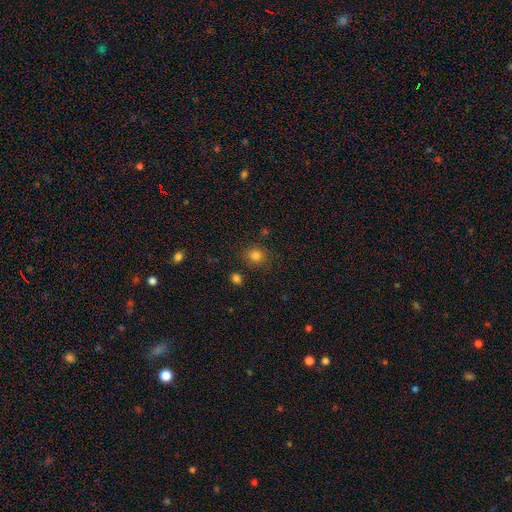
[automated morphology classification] A smooth galaxy with no disk features (81%) that is round (84%).

Vote fractions:
- Smooth or featured? smooth: 81% / star or artifact: 13% / featured or disk: 5%
- How rounded? round: 84% / in between: 15% / cigar-shaped: 1%
- Merging? none: 84% / minor disturbance: 9% / merger: 3% / major disturbance: 3%